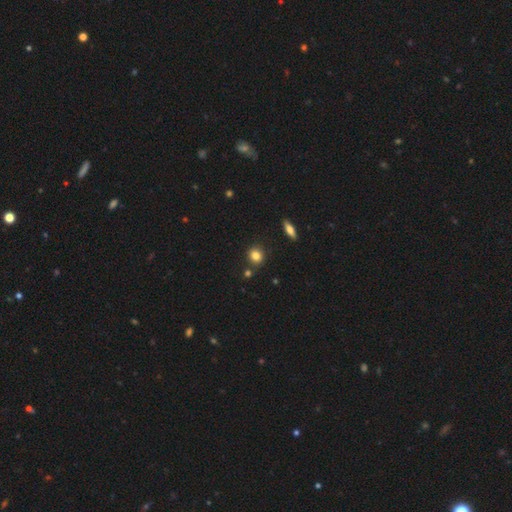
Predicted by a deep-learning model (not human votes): Smooth or featured? Predicted: smooth (p=0.82). How rounded? Predicted: round (p=0.79). Merging? Predicted: none (p=0.83).